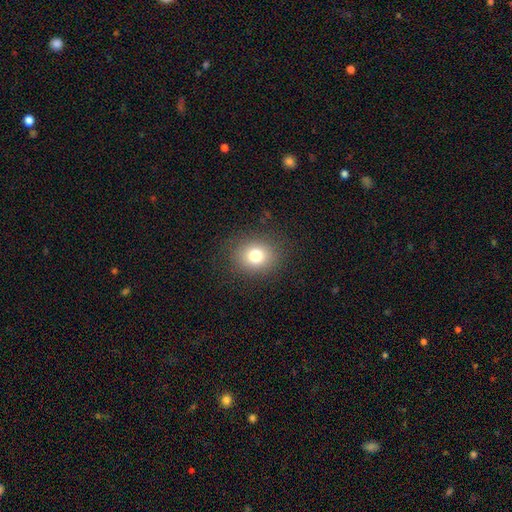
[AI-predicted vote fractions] Smooth or featured?
  - smooth: 78% *
  - star or artifact: 13%
  - featured or disk: 9%
How rounded?
  - round: 68% *
  - in between: 31%
  - cigar-shaped: 1%
Merging?
  - none: 87% *
  - minor disturbance: 8%
  - major disturbance: 4%
  - merger: 1%